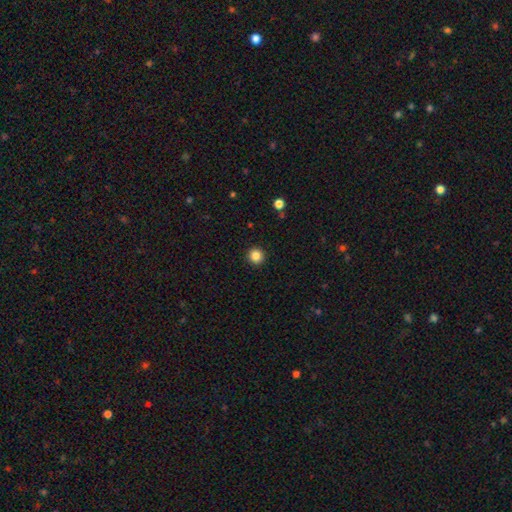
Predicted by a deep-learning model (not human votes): Smooth or featured? Predicted: smooth (p=0.85). How rounded? Predicted: round (p=0.95). Merging? Predicted: none (p=0.93).